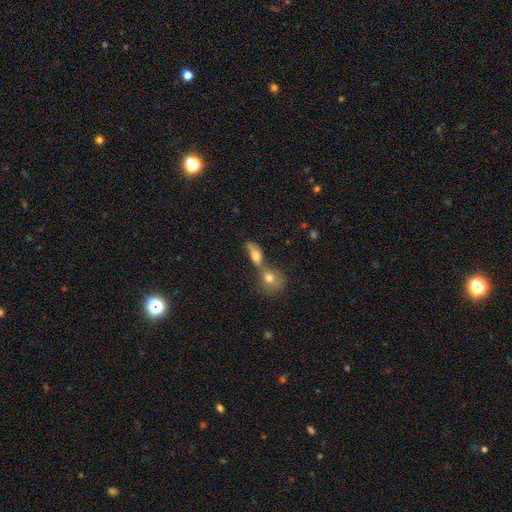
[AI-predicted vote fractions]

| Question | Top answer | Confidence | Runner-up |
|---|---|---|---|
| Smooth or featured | smooth | 64% | featured or disk (24%) |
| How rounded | in between | 64% | cigar-shaped (19%) |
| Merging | merger | 52% | none (29%) |